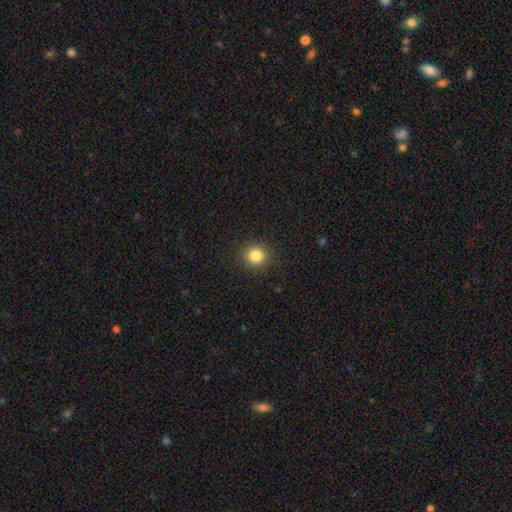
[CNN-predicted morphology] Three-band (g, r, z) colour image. It shows a smooth galaxy with no disk features (84%) that is round (92%). Merging: none (91%).